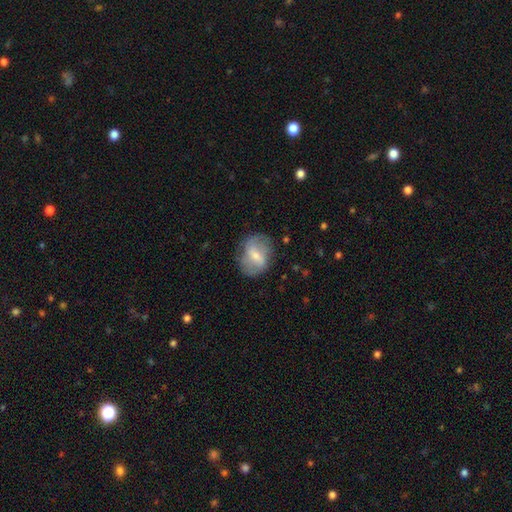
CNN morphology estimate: Overall: featured or disk (57%; smooth 36%). Edge-on disk: no (96%). Bar: weak (48%; strong 31%). Spiral arms: yes (73%). Bulge size: small (52%; moderate 40%). Merging: none (71%).